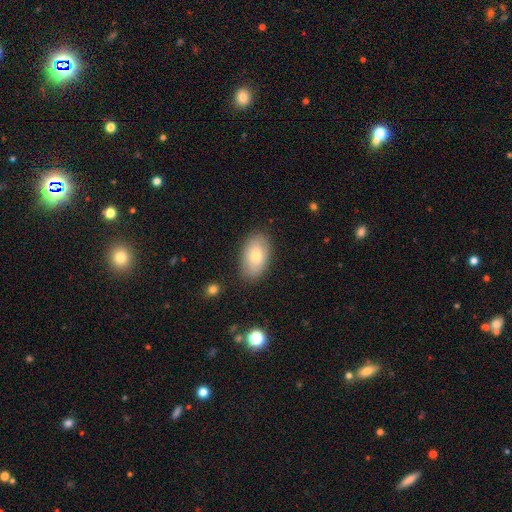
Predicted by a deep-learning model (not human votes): Smooth or featured: smooth — 67% (featured or disk — 26%)
How rounded: in between — 91% (round — 7%)
Merging: none — 82% (minor disturbance — 13%)